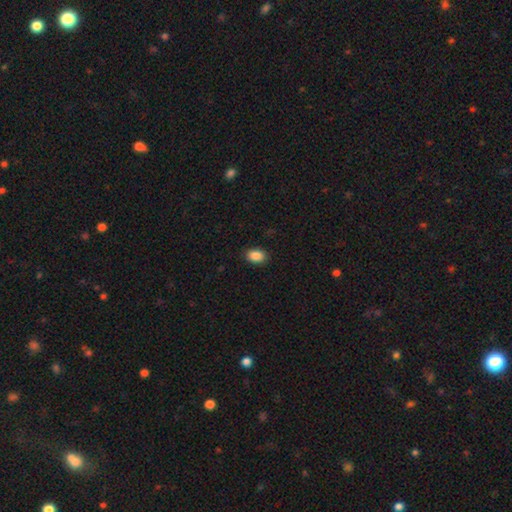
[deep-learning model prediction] Smooth or featured: smooth — 89% (star or artifact — 8%)
How rounded: in between — 81% (round — 18%)
Merging: none — 88% (minor disturbance — 9%)